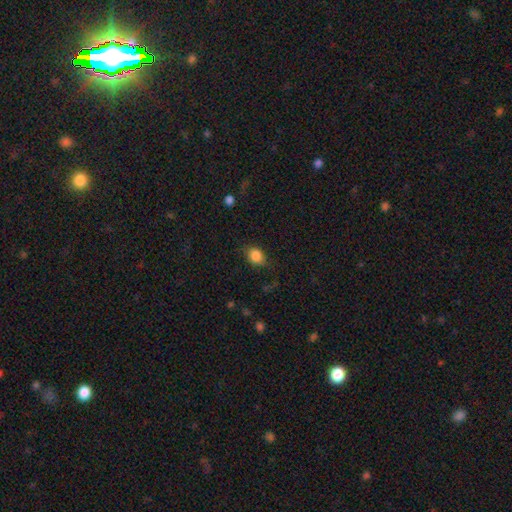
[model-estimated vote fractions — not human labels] A smooth galaxy with no disk features (85%) that is in between round and cigar-shaped (52%).

Vote fractions:
- Smooth or featured? smooth: 85% / star or artifact: 9% / featured or disk: 5%
- How rounded? in between: 52% / round: 47% / cigar-shaped: 1%
- Merging? none: 73% / minor disturbance: 19% / major disturbance: 6% / merger: 1%